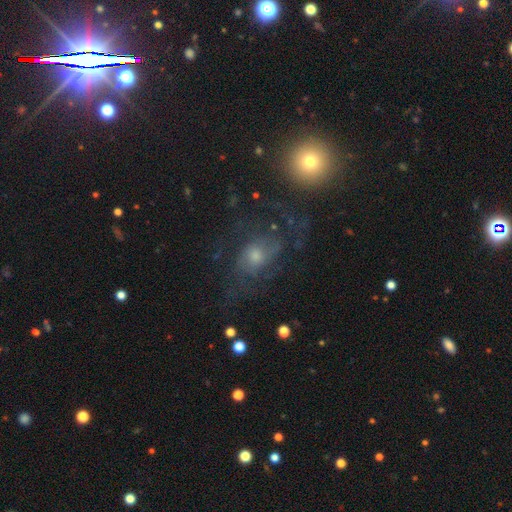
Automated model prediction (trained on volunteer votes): The model was most divided on "bulge size": moderate: 49%, small: 39%, large: 6%, none: 4%, dominant: 2%. More confident: edge-on disk — no (95%); spiral arms — yes (79%); bar — no (72%); smooth or featured — featured or disk (58%); merging — none (53%).